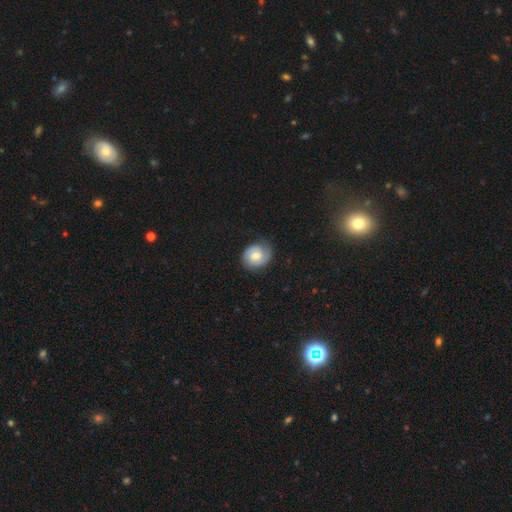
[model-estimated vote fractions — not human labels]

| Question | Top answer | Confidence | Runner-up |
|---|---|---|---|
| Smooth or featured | featured or disk | 55% | smooth (38%) |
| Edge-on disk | no | 97% | yes (3%) |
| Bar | no | 55% | weak (38%) |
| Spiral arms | yes | 90% | no (10%) |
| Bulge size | moderate | 63% | small (28%) |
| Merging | none | 77% | minor disturbance (17%) |